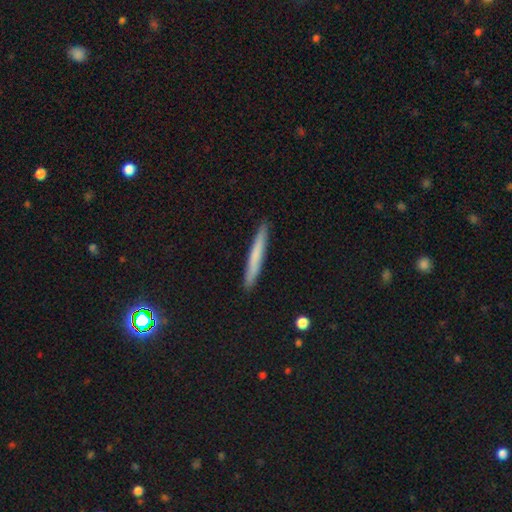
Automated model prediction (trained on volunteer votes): smooth 68%, featured or disk 25%, star or artifact 7%. Down the decision tree: how rounded — cigar-shaped (96%); merging — none (92%).